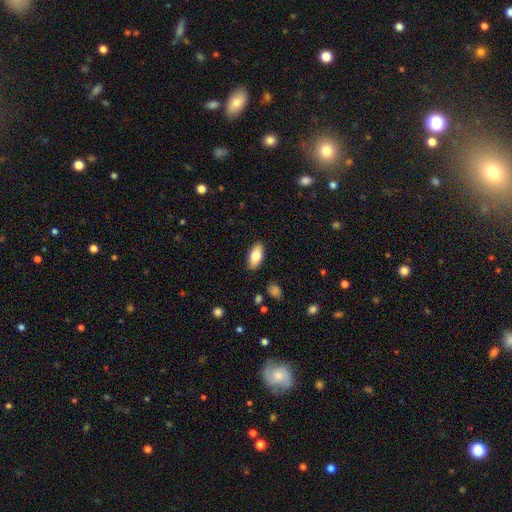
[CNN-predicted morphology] The model was most divided on "smooth or featured": smooth: 77%, featured or disk: 17%, star or artifact: 6%. More confident: merging — none (89%); how rounded — in between (88%).